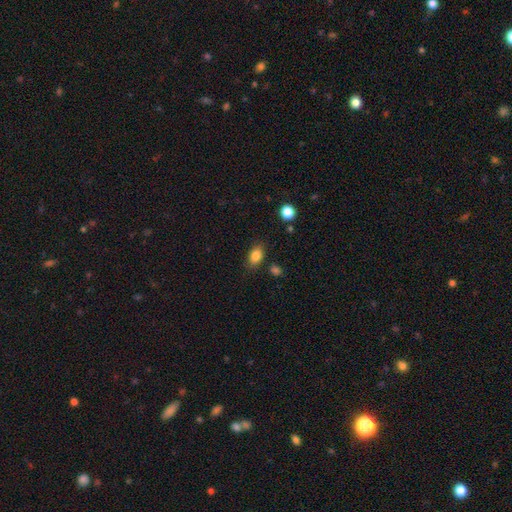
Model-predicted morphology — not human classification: Smooth or featured: smooth — 84% (star or artifact — 9%)
How rounded: in between — 83% (round — 15%)
Merging: none — 82% (minor disturbance — 12%)